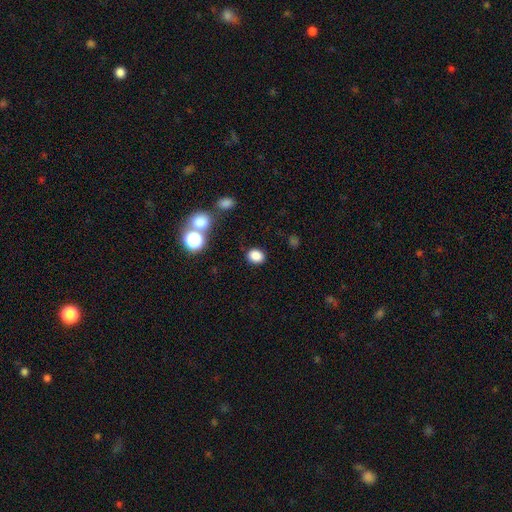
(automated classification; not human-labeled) Smooth or featured: smooth — 84% (star or artifact — 12%)
How rounded: in between — 50% (round — 49%)
Merging: none — 85% (minor disturbance — 9%)